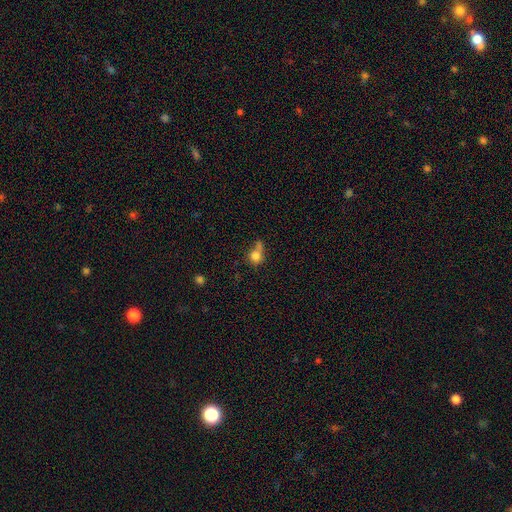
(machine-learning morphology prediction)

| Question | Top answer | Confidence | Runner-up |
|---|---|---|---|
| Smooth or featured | smooth | 78% | star or artifact (11%) |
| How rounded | round | 79% | in between (19%) |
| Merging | none | 40% | merger (25%) |